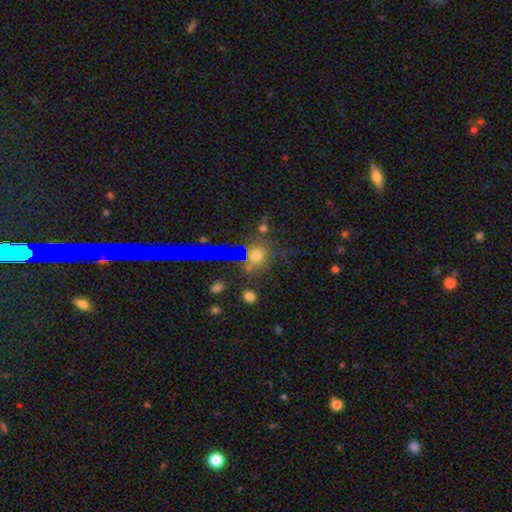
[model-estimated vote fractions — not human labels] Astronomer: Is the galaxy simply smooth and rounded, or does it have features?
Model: smooth — 62%.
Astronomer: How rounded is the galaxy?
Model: round — 73%.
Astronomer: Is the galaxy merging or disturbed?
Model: none — 73%.